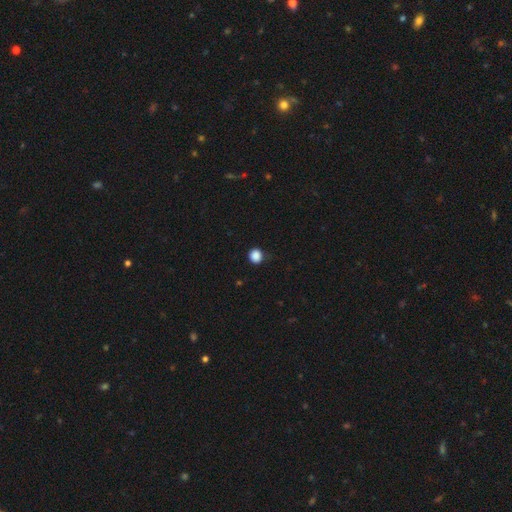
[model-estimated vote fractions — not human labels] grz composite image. It shows a smooth galaxy with no disk features (87%) that is round (90%). Merging: none (86%).